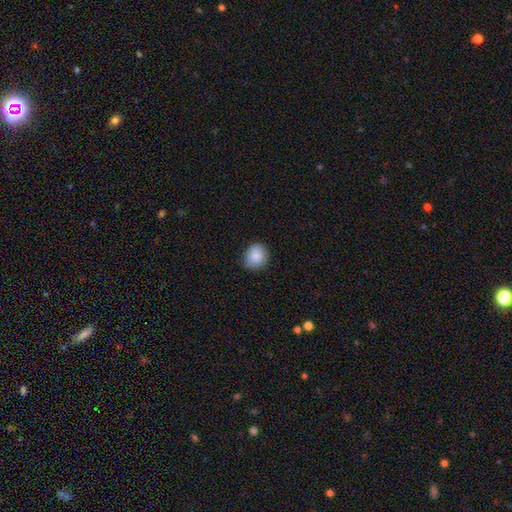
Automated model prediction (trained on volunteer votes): Smooth or featured? Predicted: smooth (p=0.87). How rounded? Predicted: round (p=0.84). Merging? Predicted: none (p=0.78).